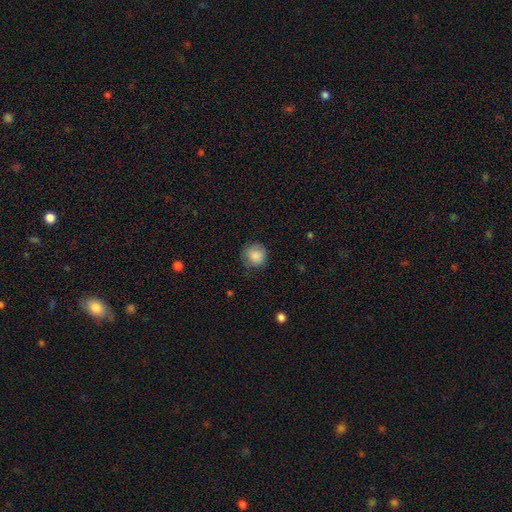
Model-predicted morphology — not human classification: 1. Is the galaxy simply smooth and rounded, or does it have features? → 86% smooth, 8% star or artifact, 5% featured or disk.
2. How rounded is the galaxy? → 91% round, 8% in between, 1% cigar-shaped.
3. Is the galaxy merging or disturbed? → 76% none, 18% minor disturbance, 5% major disturbance, 1% merger.